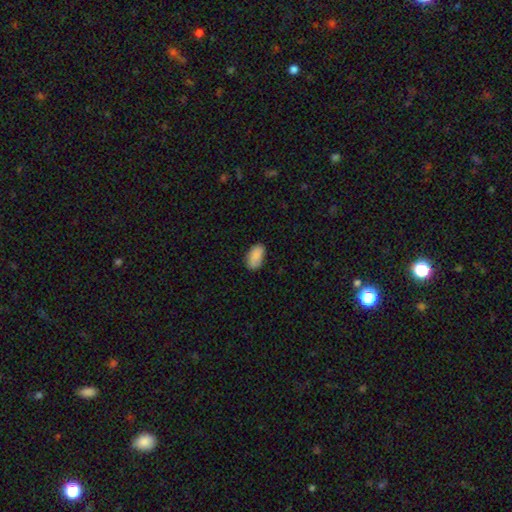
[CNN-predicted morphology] Smooth or featured? smooth (87%)
How rounded? in between (94%)
Merging? none (72%)